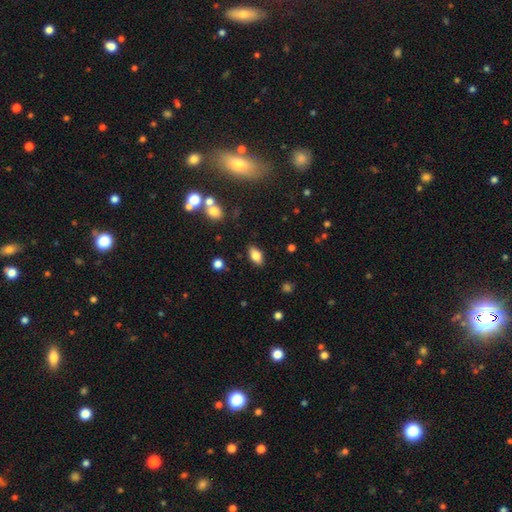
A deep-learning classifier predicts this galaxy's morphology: Smooth or featured? smooth (78%)
How rounded? in between (89%)
Merging? none (86%)